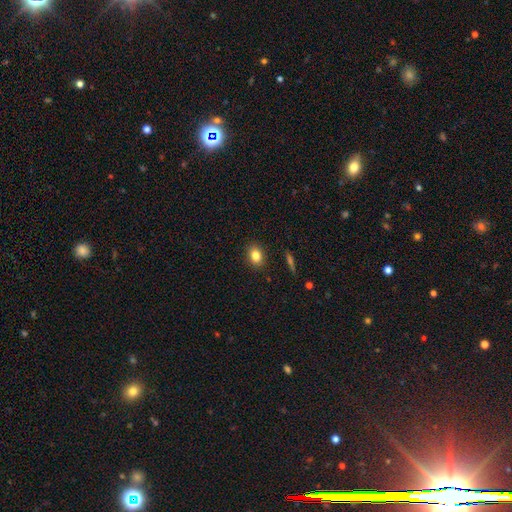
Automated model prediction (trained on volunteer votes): Overall: smooth (82%). How rounded: in between (59%; round 39%). Merging: none (89%).